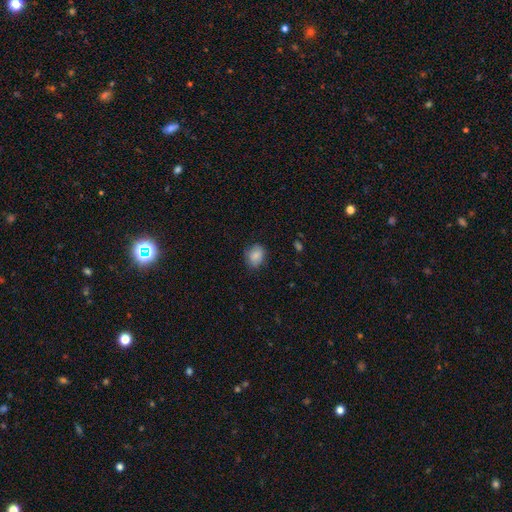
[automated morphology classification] The model was most divided on "how rounded": round: 52%, in between: 47%, cigar-shaped: 1%. More confident: smooth or featured — smooth (85%); merging — none (78%).